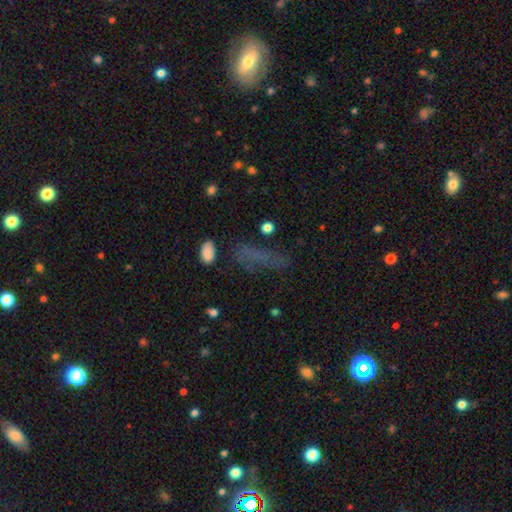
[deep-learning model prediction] Overall: smooth (51%; star or artifact 29%). How rounded: cigar-shaped (53%; in between 38%). Merging: none (55%; minor disturbance 20%).